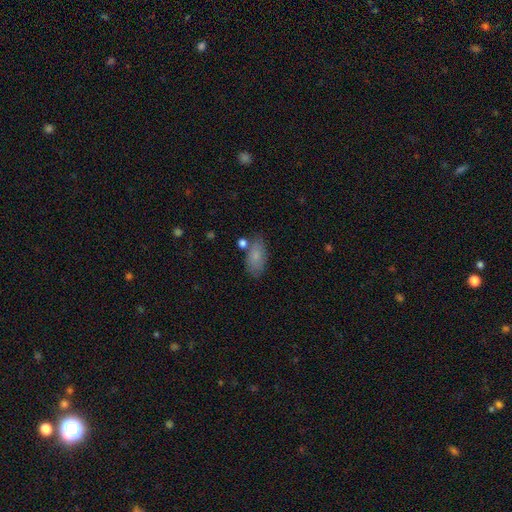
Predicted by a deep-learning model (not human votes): smooth_or_featured: smooth (p=0.82) [alt: featured or disk p=0.11]
how_rounded: in between (p=0.92) [alt: round p=0.04]
merging: none (p=0.66) [alt: minor disturbance p=0.19]